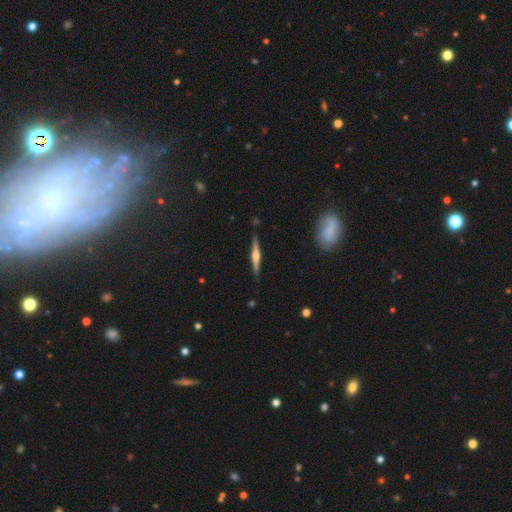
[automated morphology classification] Overall: featured or disk (69%). Edge-on disk: yes (98%). Edge-on bulge: rounded (87%). Merging: none (88%).